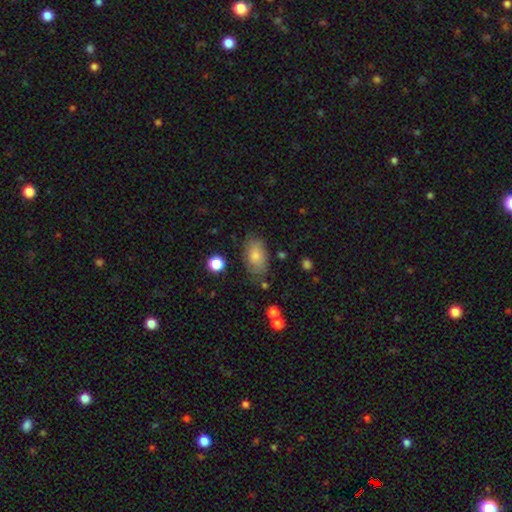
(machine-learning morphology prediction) Q: Smooth or featured?
A: smooth (76%); runner-up: featured or disk (17%)
Q: How rounded?
A: in between (92%); runner-up: round (6%)
Q: Merging?
A: none (68%); runner-up: minor disturbance (22%)